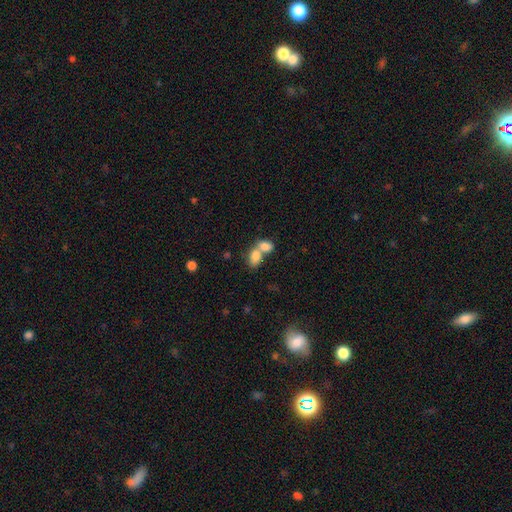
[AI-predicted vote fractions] This is clearly a smooth galaxy (80%). How rounded: likely in between (77%). Merging: likely merger (68%).